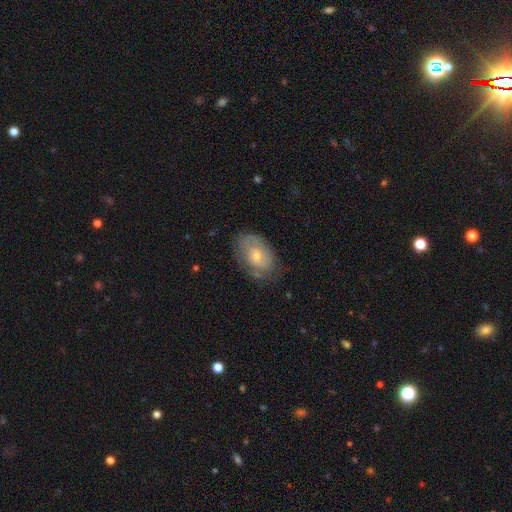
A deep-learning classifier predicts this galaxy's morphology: featured or disk 57%, smooth 35%, star or artifact 9%. Down the decision tree: edge-on disk — no (94%); bar — no (77%); spiral arms — yes (63%); bulge size — small (49%); merging — none (68%).